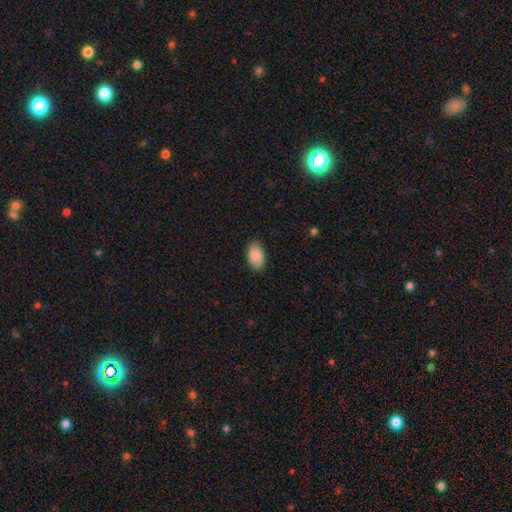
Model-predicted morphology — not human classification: Overall: smooth (88%). How rounded: in between (93%). Merging: none (83%).